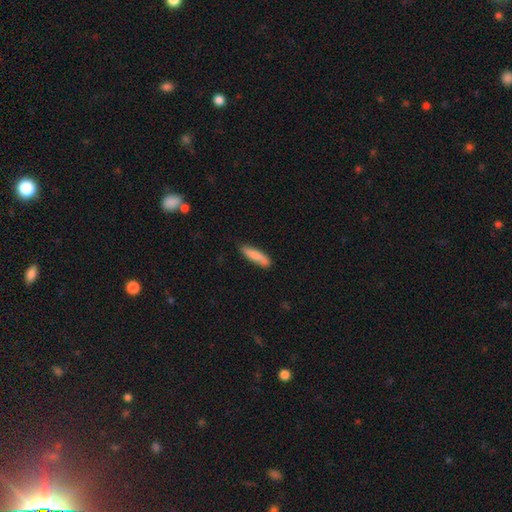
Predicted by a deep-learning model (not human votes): Smooth or featured? Predicted: smooth (p=0.82). How rounded? Predicted: cigar-shaped (p=0.75). Merging? Predicted: none (p=0.76).